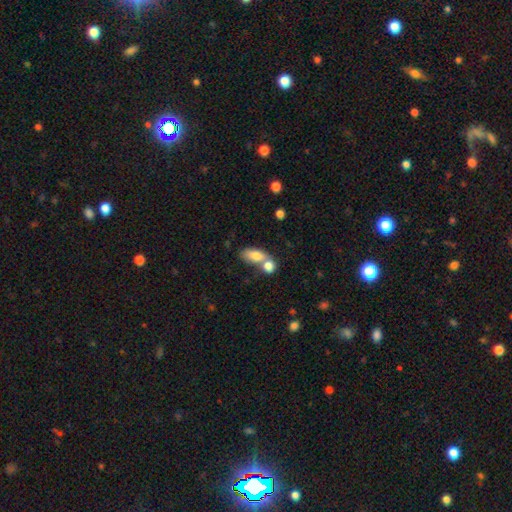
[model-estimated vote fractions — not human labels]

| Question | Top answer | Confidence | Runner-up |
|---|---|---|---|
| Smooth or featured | smooth | 80% | featured or disk (13%) |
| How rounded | in between | 81% | cigar-shaped (11%) |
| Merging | merger | 52% | none (33%) |